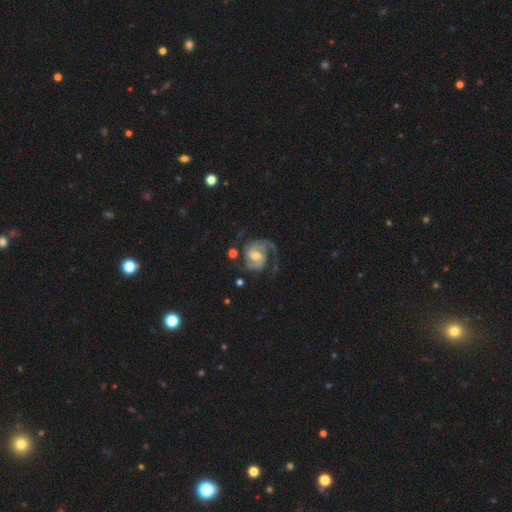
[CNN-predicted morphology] Smooth or featured? Predicted: featured or disk (p=0.89). Edge-on disk? Predicted: no (p=0.98). Bar? Predicted: weak (p=0.45). Spiral arms? Predicted: yes (p=0.97). Spiral winding? Predicted: medium (p=0.49). Spiral arm count? Predicted: 2 (p=0.80). Bulge size? Predicted: moderate (p=0.57). Merging? Predicted: none (p=0.65).